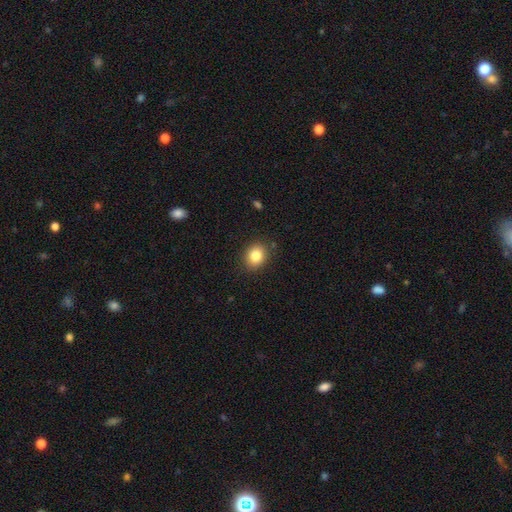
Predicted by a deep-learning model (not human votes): Smooth or featured?
  - smooth: 84% *
  - star or artifact: 10%
  - featured or disk: 6%
How rounded?
  - round: 57% *
  - in between: 42%
  - cigar-shaped: 1%
Merging?
  - none: 87% *
  - minor disturbance: 9%
  - major disturbance: 3%
  - merger: 1%